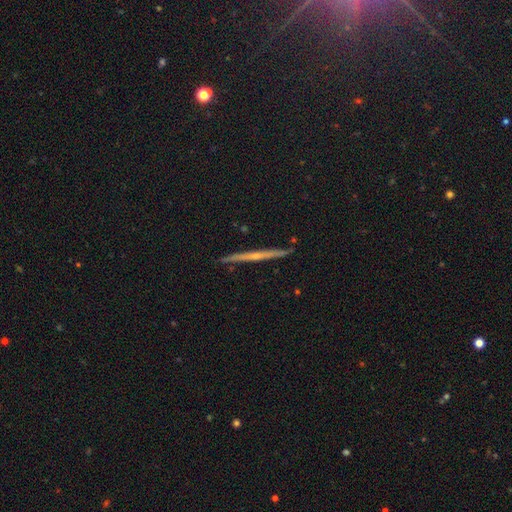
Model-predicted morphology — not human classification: Smooth or featured: featured or disk — 73% (smooth — 20%)
Edge-on disk: yes — 98% (no — 2%)
Edge-on bulge: rounded — 49% (none — 46%)
Merging: none — 90% (minor disturbance — 7%)